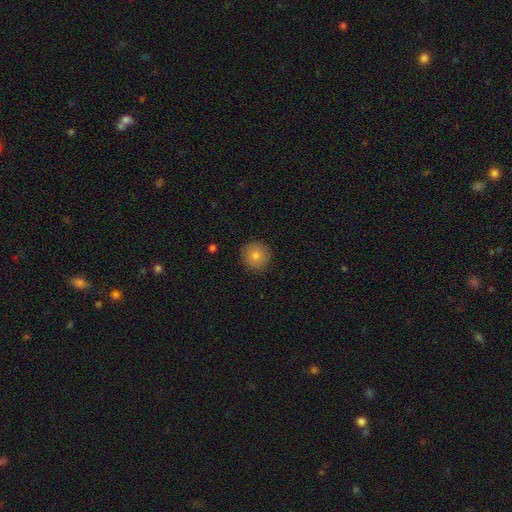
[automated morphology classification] Smooth or featured?
  - smooth: 82% *
  - star or artifact: 9%
  - featured or disk: 9%
How rounded?
  - round: 95% *
  - in between: 4%
  - cigar-shaped: 1%
Merging?
  - none: 90% *
  - minor disturbance: 7%
  - major disturbance: 2%
  - merger: 1%